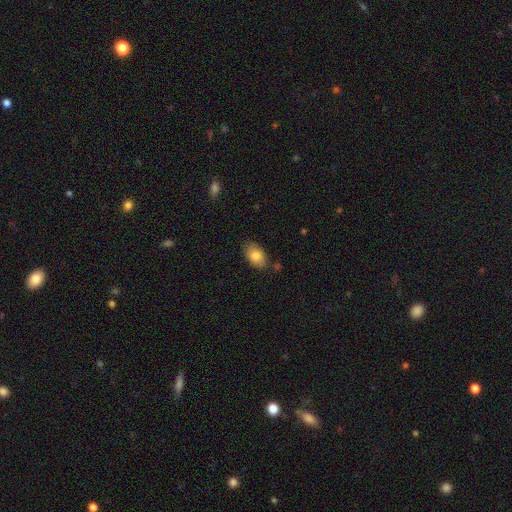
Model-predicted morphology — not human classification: Smooth or featured?
  - smooth: 83% *
  - featured or disk: 10%
  - star or artifact: 7%
How rounded?
  - in between: 88% *
  - round: 10%
  - cigar-shaped: 1%
Merging?
  - none: 78% *
  - minor disturbance: 16%
  - major disturbance: 3%
  - merger: 3%